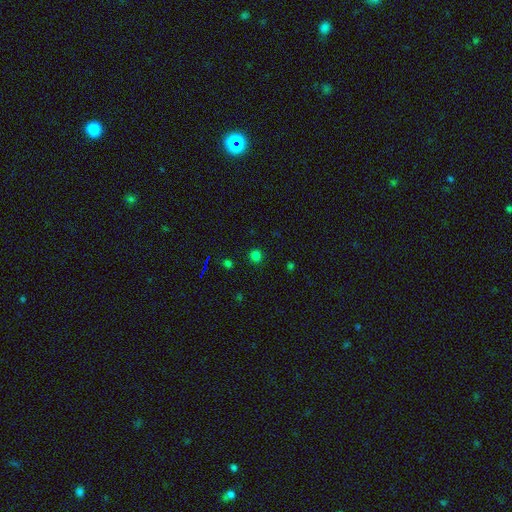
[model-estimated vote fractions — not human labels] This appears to be a smooth galaxy with no disk features (76%) that is round (93%). Merging: none (90%).